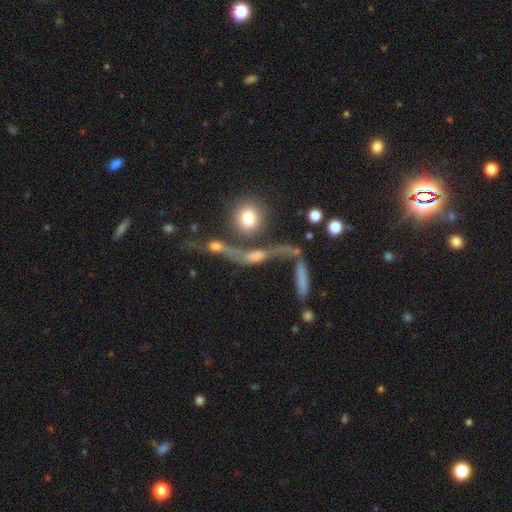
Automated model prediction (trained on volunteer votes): Smooth or featured: featured or disk — 51% (smooth — 33%)
Edge-on disk: no — 64% (yes — 36%)
Merging: none — 32% (merger — 30%)